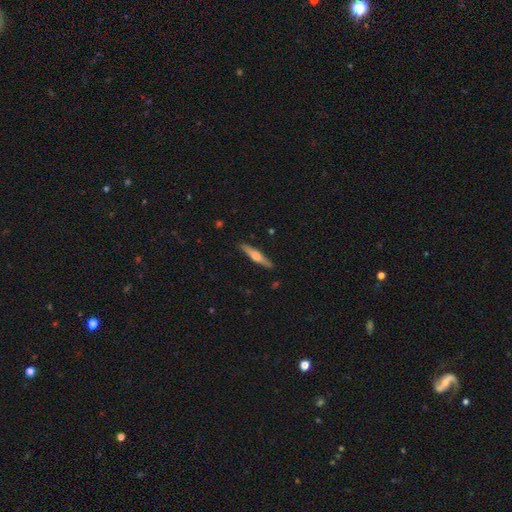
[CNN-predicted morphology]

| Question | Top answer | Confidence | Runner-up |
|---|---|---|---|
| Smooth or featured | featured or disk | 56% | smooth (39%) |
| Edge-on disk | yes | 96% | no (4%) |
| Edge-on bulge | rounded | 89% | boxy (6%) |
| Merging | none | 89% | minor disturbance (8%) |